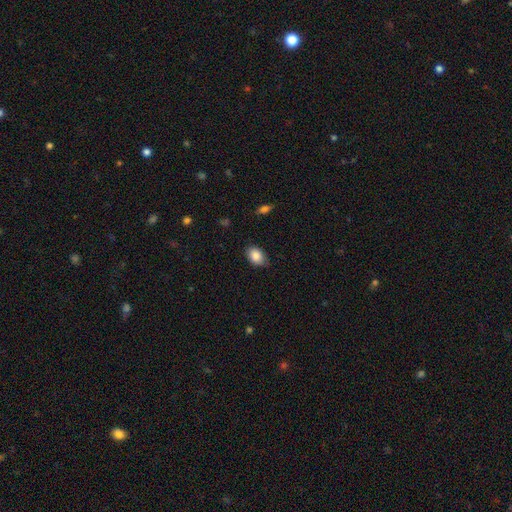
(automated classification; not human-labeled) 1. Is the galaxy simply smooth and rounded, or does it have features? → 86% smooth, 8% star or artifact, 6% featured or disk.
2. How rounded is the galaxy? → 81% in between, 18% round, 1% cigar-shaped.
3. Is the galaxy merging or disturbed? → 78% none, 18% minor disturbance, 3% major disturbance, 1% merger.